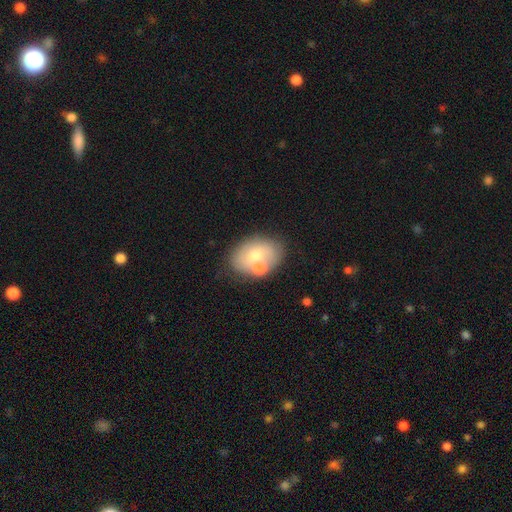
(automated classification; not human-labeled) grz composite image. It shows a smooth galaxy with no disk features (57%) that is in between round and cigar-shaped (75%). Merging: none (56%).